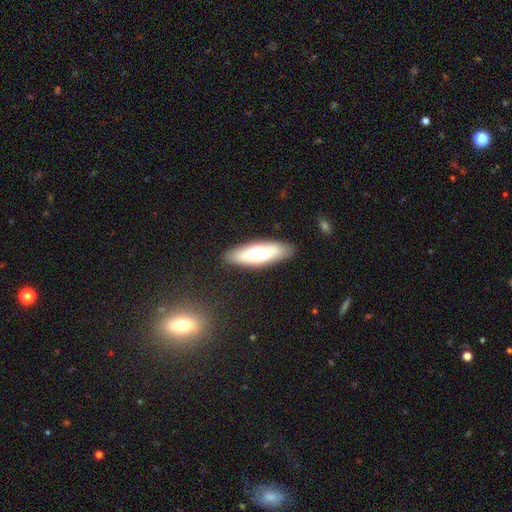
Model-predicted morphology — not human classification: The model was most divided on "how rounded": in between: 54%, cigar-shaped: 44%, round: 2%. More confident: merging — none (85%); smooth or featured — smooth (58%).